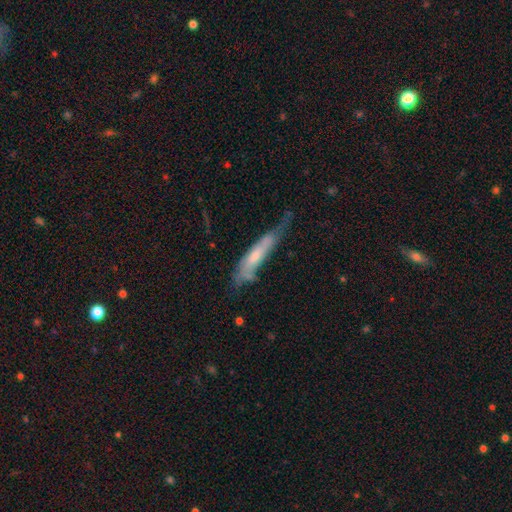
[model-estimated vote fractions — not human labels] Smooth or featured: featured or disk — 49% (smooth — 44%)
Merging: none — 39% (minor disturbance — 35%)